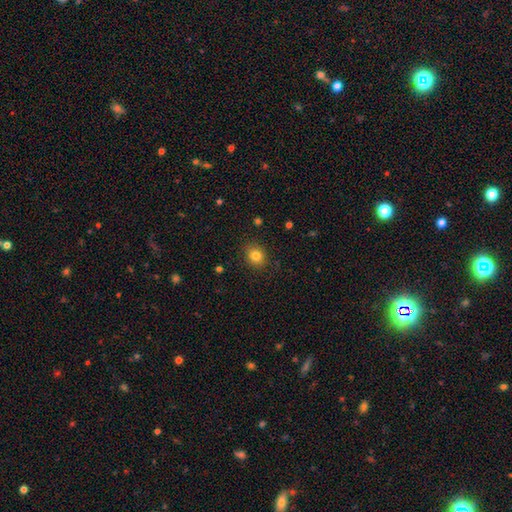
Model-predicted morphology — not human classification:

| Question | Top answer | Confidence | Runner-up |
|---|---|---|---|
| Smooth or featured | smooth | 82% | star or artifact (11%) |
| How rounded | round | 63% | in between (36%) |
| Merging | none | 87% | minor disturbance (9%) |